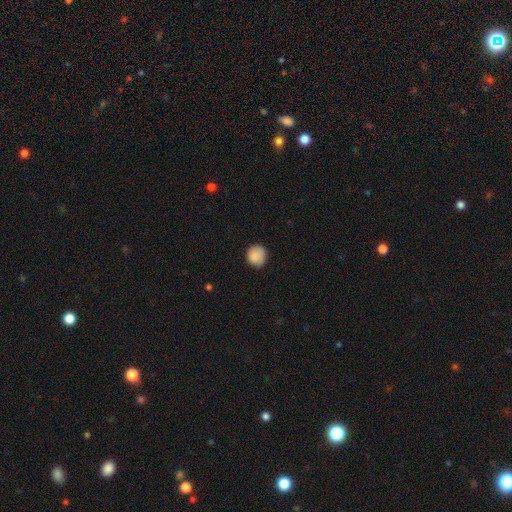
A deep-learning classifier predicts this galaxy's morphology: The model was most divided on "merging": none: 73%, minor disturbance: 21%, major disturbance: 4%, merger: 1%. More confident: smooth or featured — smooth (86%); how rounded — round (80%).